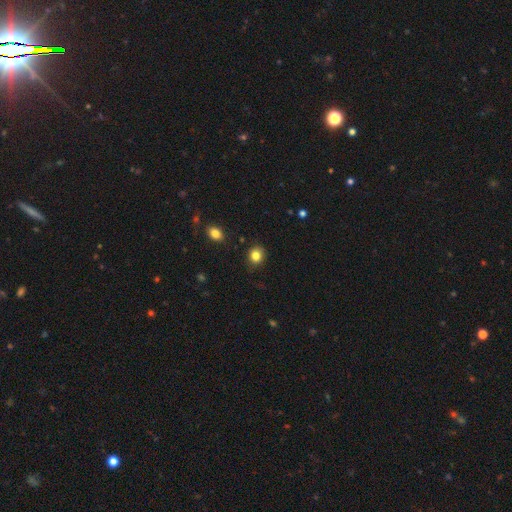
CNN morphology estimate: Smooth or featured? smooth (84%)
How rounded? round (77%)
Merging? none (87%)